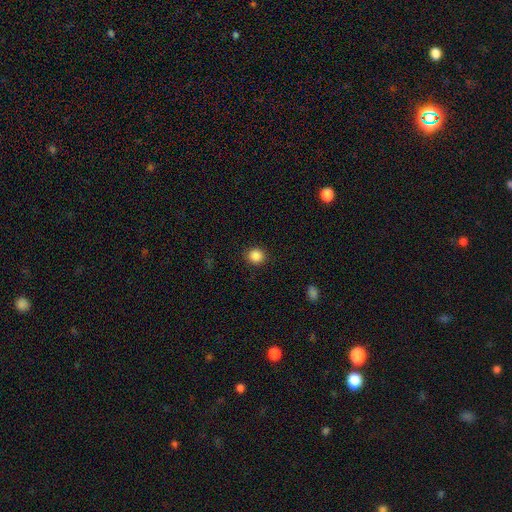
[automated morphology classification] This is clearly a smooth galaxy (87%). How rounded: clearly round (87%). Merging: clearly none (91%).